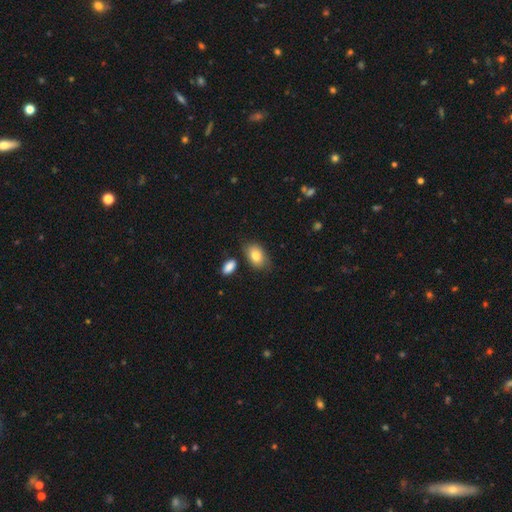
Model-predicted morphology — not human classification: This is clearly a smooth galaxy (81%). How rounded: clearly in between (87%). Merging: likely none (74%).